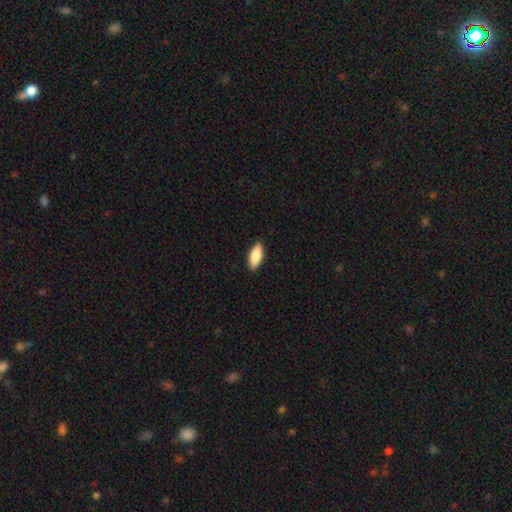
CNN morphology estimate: smooth_or_featured: smooth (p=0.86) [alt: featured or disk p=0.09]
how_rounded: in between (p=0.82) [alt: cigar-shaped p=0.16]
merging: none (p=0.90) [alt: minor disturbance p=0.08]